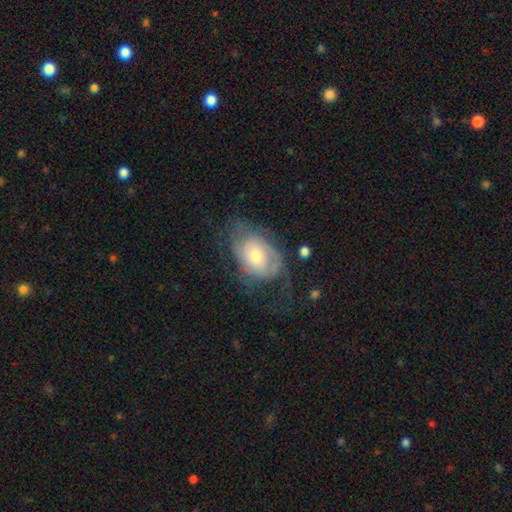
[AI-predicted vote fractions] smooth-or-featured: featured or disk: 66% | smooth: 27% | star or artifact: 7%
  disk-edge-on: no: 95% | yes: 5%
    bar: no: 74% | weak: 22% | strong: 4%
    has-spiral-arms: yes: 80% | no: 20%
    bulge-size: moderate: 54% | small: 38% | large: 5% | none: 1% | dominant: 1%
  merging: none: 49% | major disturbance: 25% | minor disturbance: 24% | merger: 2%